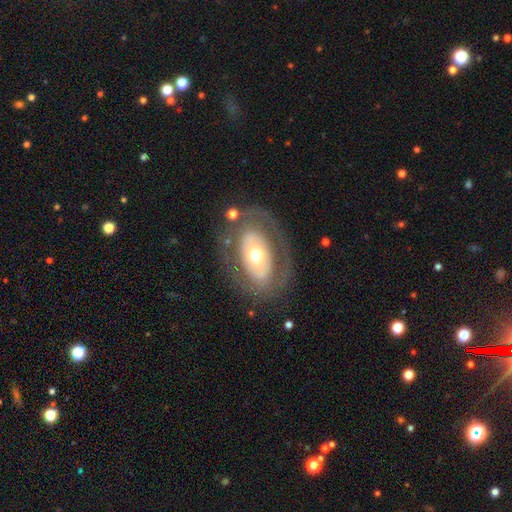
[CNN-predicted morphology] smooth-or-featured: featured or disk: 61% | smooth: 33% | star or artifact: 6%
  disk-edge-on: no: 93% | yes: 7%
    bar: no: 80% | weak: 12% | strong: 7%
    has-spiral-arms: no: 78% | yes: 22%
    bulge-size: moderate: 67% | large: 18% | small: 13% | dominant: 2% | none: 1%
  merging: none: 76% | minor disturbance: 13% | major disturbance: 10% | merger: 2%